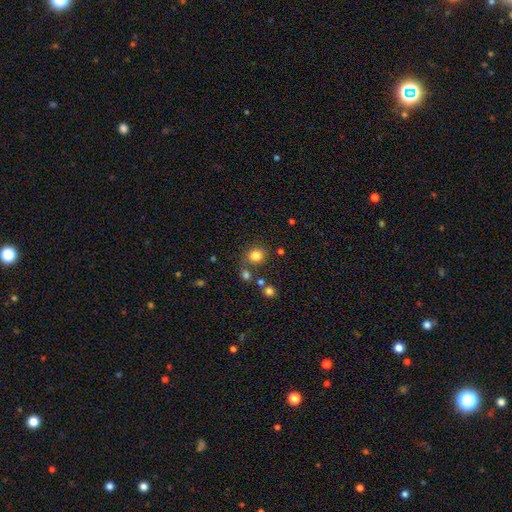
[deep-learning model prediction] Overall: smooth (81%). How rounded: round (81%). Merging: none (76%).